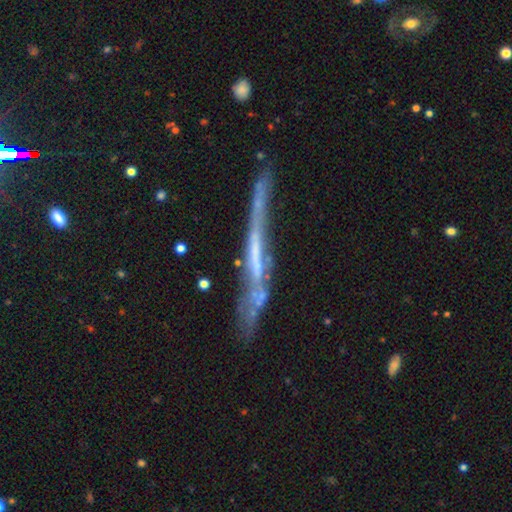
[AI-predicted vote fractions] Morphology: type=featured or disk (67%); edge-on=yes (82%); edge-on bulge=none (79%); merging=none (52%).